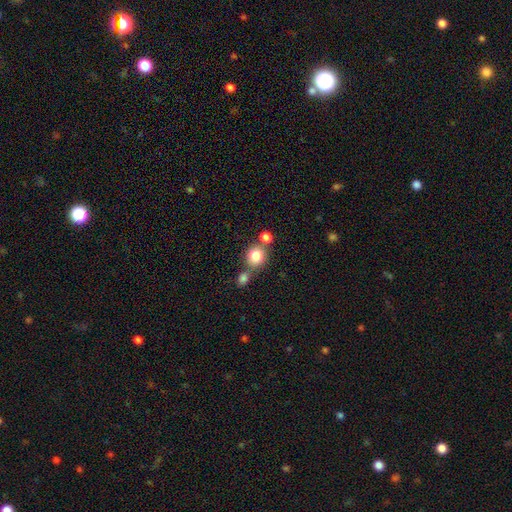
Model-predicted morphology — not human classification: type=smooth (81%); roundness=round (82%); merging=none (58%).